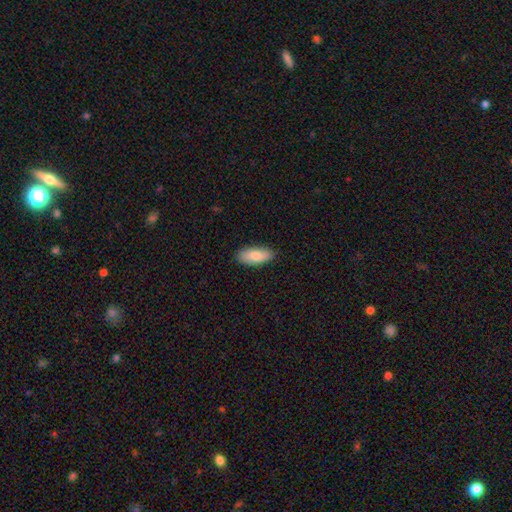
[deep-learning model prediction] Smooth or featured?
  - smooth: 84% *
  - featured or disk: 10%
  - star or artifact: 6%
How rounded?
  - in between: 84% *
  - cigar-shaped: 14%
  - round: 2%
Merging?
  - none: 87% *
  - minor disturbance: 10%
  - major disturbance: 2%
  - merger: 1%